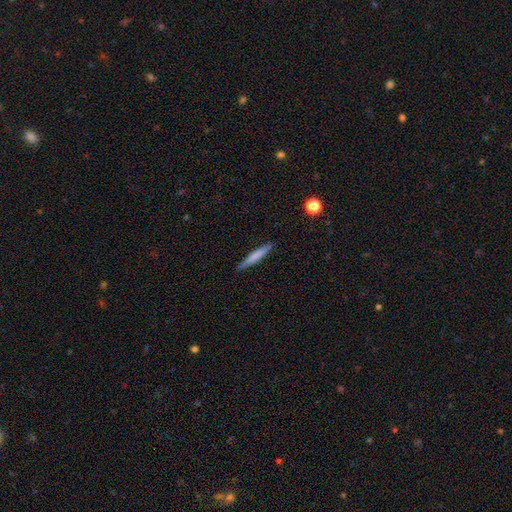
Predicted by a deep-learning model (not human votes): smooth 70%, featured or disk 24%, star or artifact 6%. Down the decision tree: how rounded — cigar-shaped (96%); merging — none (90%).